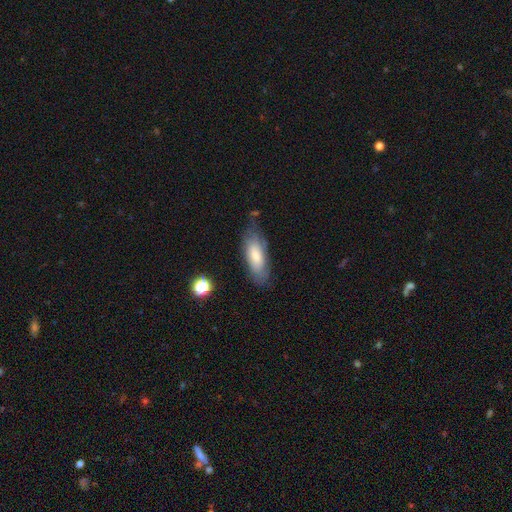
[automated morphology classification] Smooth or featured? Predicted: smooth (p=0.65). How rounded? Predicted: in between (p=0.74). Merging? Predicted: none (p=0.68).